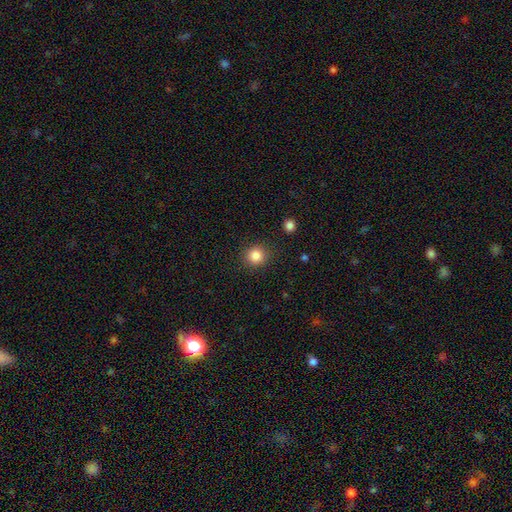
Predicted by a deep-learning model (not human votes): Smooth or featured?
  - smooth: 84% *
  - star or artifact: 11%
  - featured or disk: 4%
How rounded?
  - round: 91% *
  - in between: 8%
  - cigar-shaped: 1%
Merging?
  - none: 89% *
  - minor disturbance: 7%
  - major disturbance: 3%
  - merger: 1%